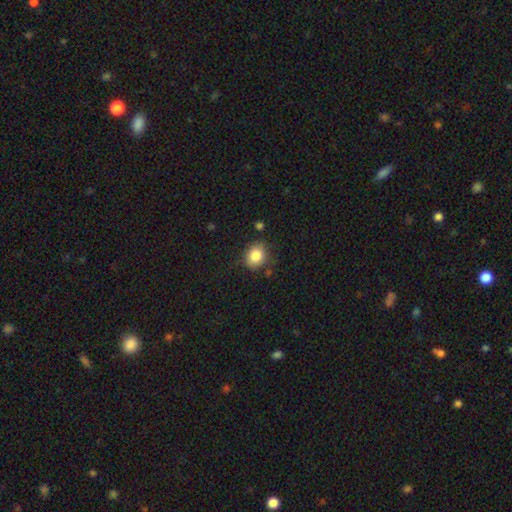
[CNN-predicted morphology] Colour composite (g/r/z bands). It shows a smooth galaxy with no disk features (84%) that is round (59%). Merging: none (78%).